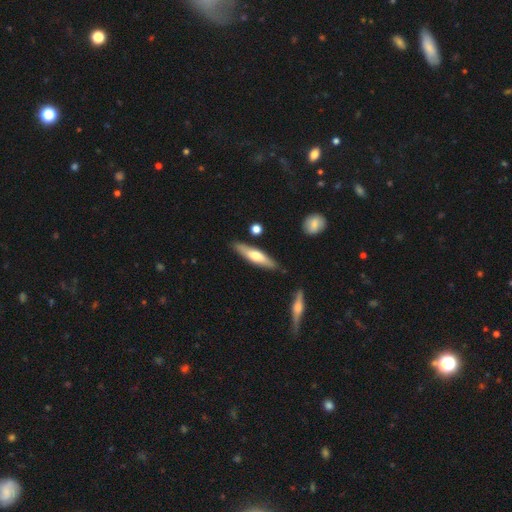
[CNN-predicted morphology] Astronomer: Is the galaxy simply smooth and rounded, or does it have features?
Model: smooth — 52% (runner-up: featured or disk, 43%).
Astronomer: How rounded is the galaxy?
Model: cigar-shaped — 78%.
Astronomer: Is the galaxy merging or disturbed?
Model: none — 84%.